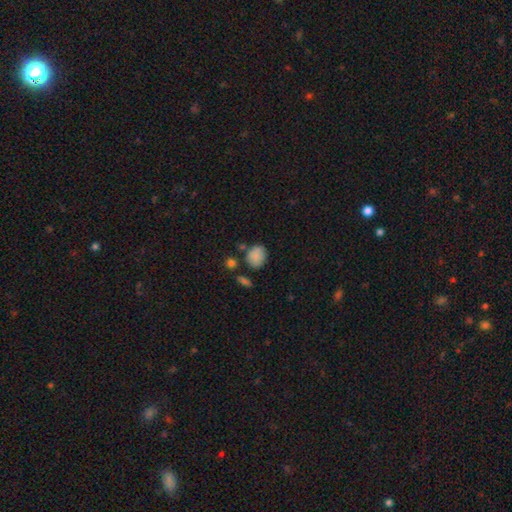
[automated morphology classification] Smooth or featured: smooth — 85% (star or artifact — 9%)
How rounded: round — 55% (in between — 44%)
Merging: none — 68% (minor disturbance — 18%)